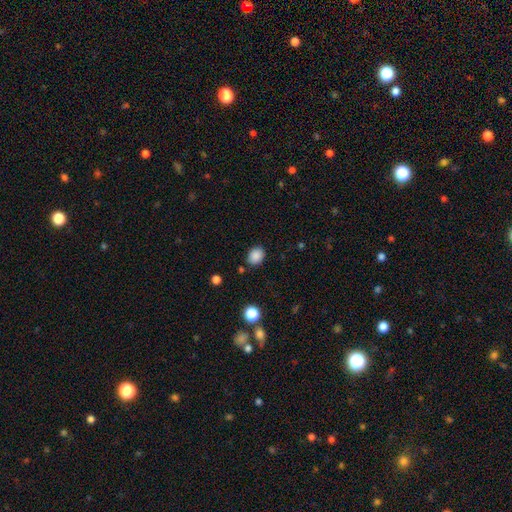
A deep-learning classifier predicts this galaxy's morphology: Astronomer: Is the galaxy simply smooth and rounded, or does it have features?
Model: smooth — 87%.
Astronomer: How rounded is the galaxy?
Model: in between — 52% (runner-up: round, 47%).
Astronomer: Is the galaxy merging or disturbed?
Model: none — 85%.